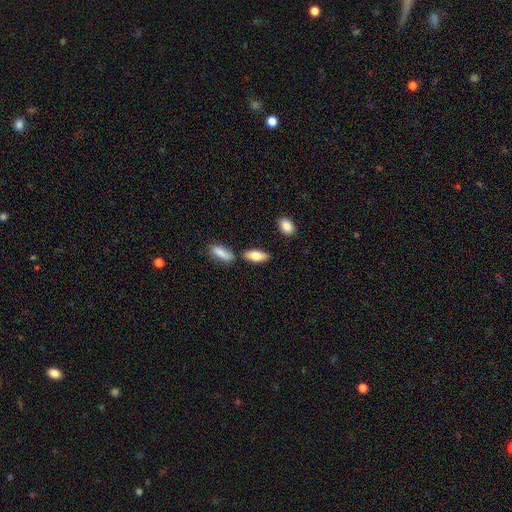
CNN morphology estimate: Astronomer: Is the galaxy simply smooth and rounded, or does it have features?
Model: smooth — 77%.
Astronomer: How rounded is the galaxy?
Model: in between — 77%.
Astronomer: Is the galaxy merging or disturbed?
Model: none — 75%.